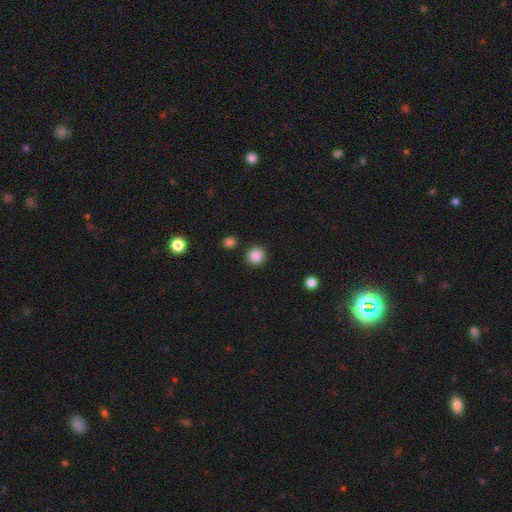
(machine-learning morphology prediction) The model was most divided on "smooth or featured": smooth: 88%, star or artifact: 9%, featured or disk: 3%. More confident: how rounded — round (92%); merging — none (89%).